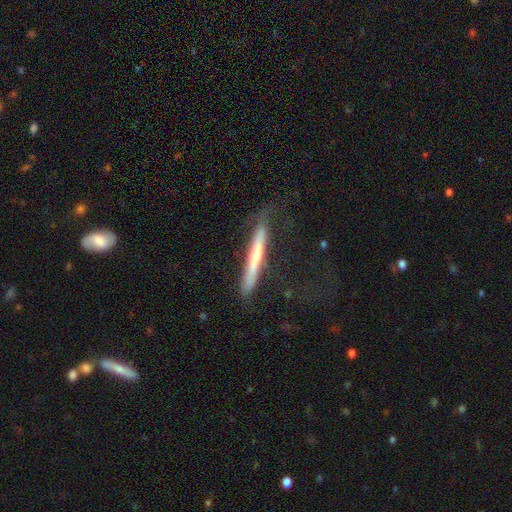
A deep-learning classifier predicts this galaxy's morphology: smooth-or-featured: featured or disk: 49% | smooth: 45% | star or artifact: 6%
  merging: none: 73% | minor disturbance: 19% | major disturbance: 6% | merger: 2%